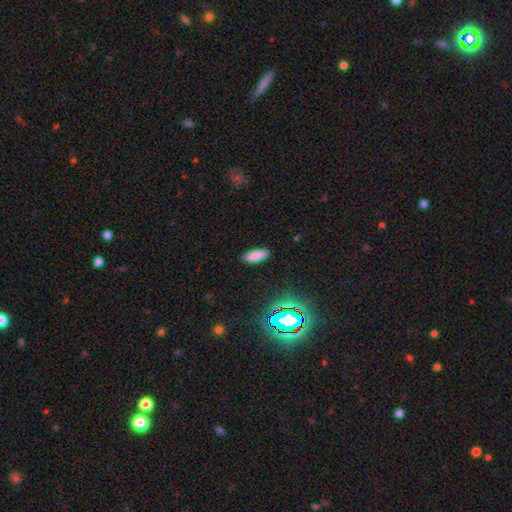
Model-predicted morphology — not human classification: A smooth galaxy with no disk features (81%) that is in between round and cigar-shaped (69%). Merging: none (88%).